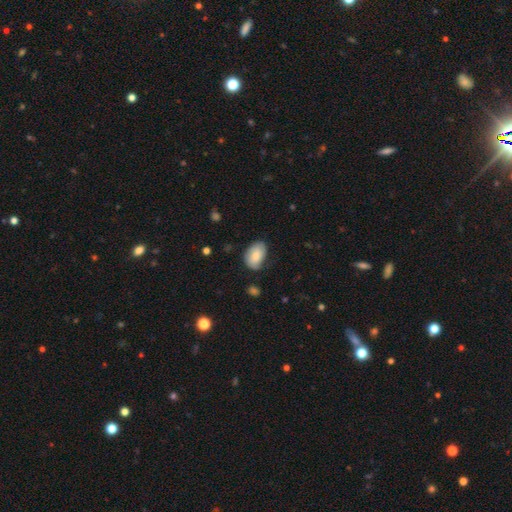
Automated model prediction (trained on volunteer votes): The model was most divided on "merging": none: 64%, minor disturbance: 27%, major disturbance: 7%, merger: 2%. More confident: how rounded — in between (86%); smooth or featured — smooth (74%).